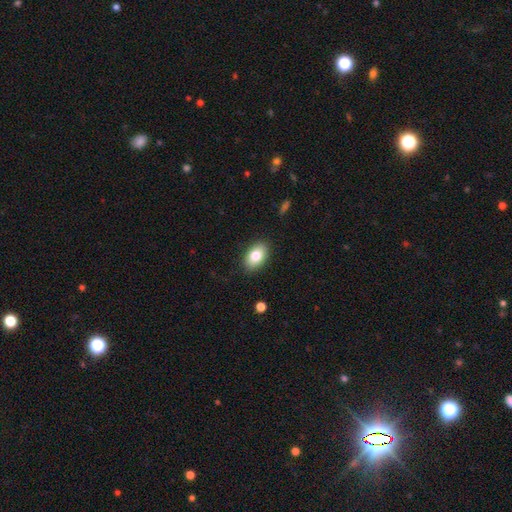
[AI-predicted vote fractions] Overall: smooth (81%). How rounded: in between (89%). Merging: none (87%).